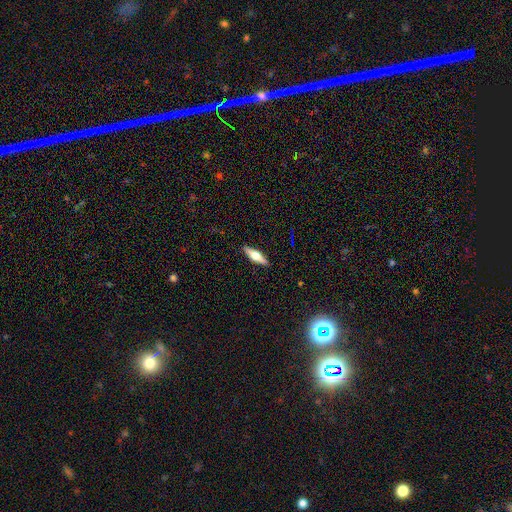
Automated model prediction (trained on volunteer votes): Overall: featured or disk (58%; smooth 36%). Edge-on disk: yes (94%). Edge-on bulge: rounded (94%). Merging: none (90%).